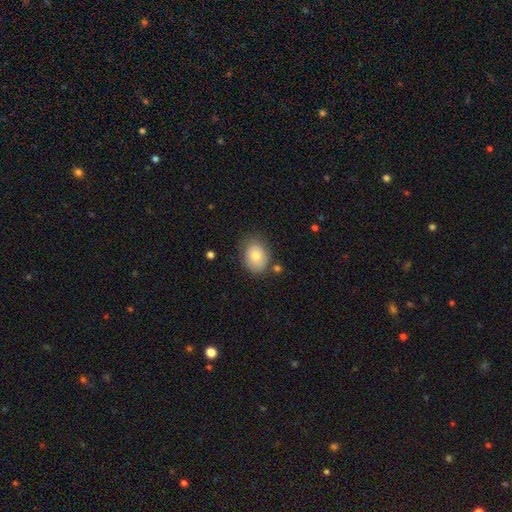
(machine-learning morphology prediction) This is likely a smooth galaxy (76%). How rounded: possibly in between (60%). Merging: likely none (74%).